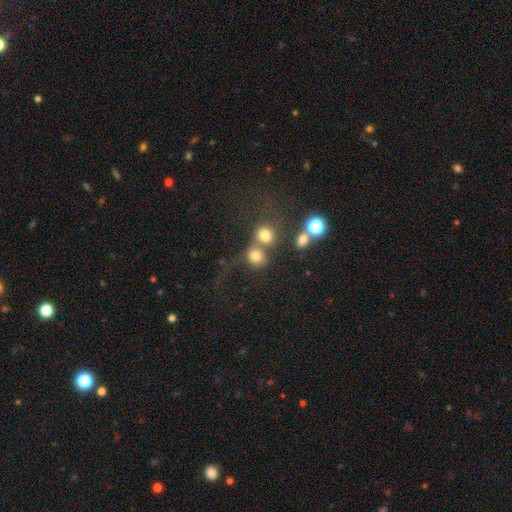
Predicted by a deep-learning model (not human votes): smooth 73%, star or artifact 16%, featured or disk 11%. Down the decision tree: how rounded — round (84%); merging — none (46%).